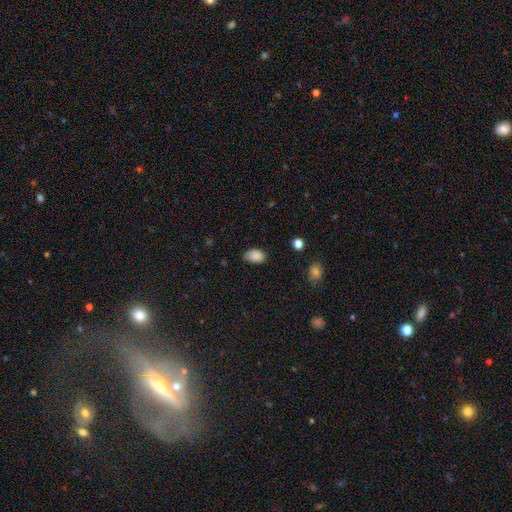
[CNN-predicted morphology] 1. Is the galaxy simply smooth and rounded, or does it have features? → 86% smooth, 9% star or artifact, 5% featured or disk.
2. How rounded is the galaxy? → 90% in between, 9% round, 1% cigar-shaped.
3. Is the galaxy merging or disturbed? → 66% none, 28% minor disturbance, 5% major disturbance, 2% merger.